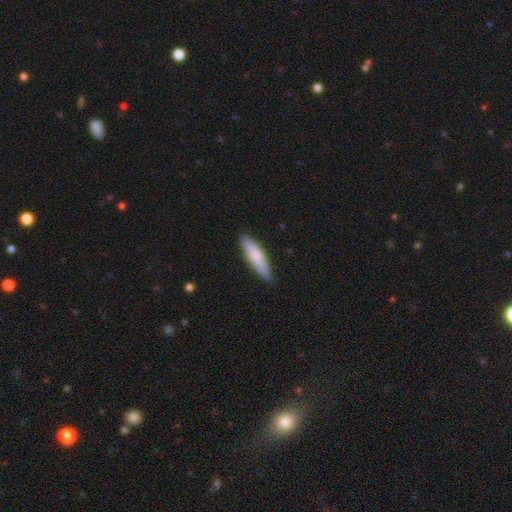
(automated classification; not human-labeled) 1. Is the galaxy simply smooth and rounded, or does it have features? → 78% smooth, 16% featured or disk, 5% star or artifact.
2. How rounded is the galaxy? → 63% cigar-shaped, 36% in between, 2% round.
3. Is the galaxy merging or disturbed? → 84% none, 13% minor disturbance, 2% major disturbance, 1% merger.